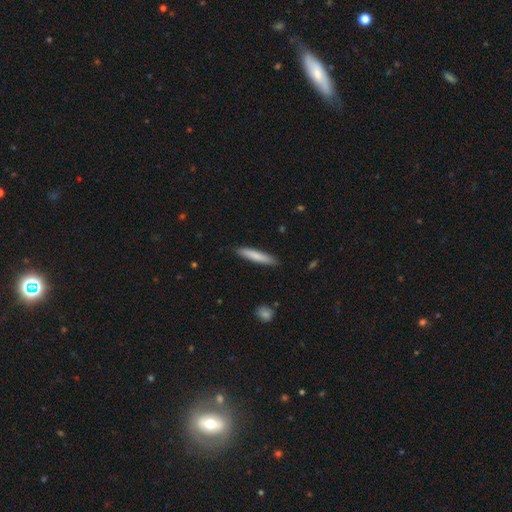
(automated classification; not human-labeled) smooth-or-featured: smooth: 78% | featured or disk: 16% | star or artifact: 5%
  how-rounded: cigar-shaped: 91% | in between: 8% | round: 1%
  merging: none: 88% | minor disturbance: 9% | major disturbance: 2% | merger: 1%